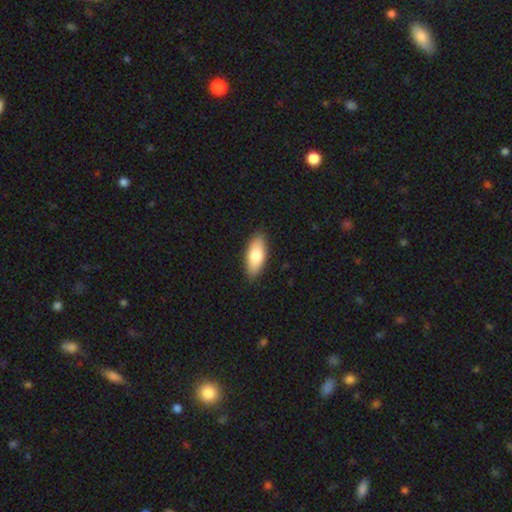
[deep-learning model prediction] smooth-or-featured: smooth: 81% | featured or disk: 13% | star or artifact: 6%
  how-rounded: in between: 83% | cigar-shaped: 14% | round: 2%
  merging: none: 87% | minor disturbance: 10% | major disturbance: 2% | merger: 1%